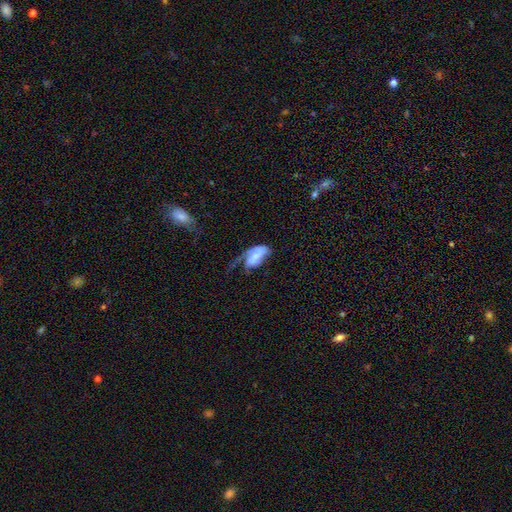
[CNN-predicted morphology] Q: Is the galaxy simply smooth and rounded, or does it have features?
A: featured or disk — 58%.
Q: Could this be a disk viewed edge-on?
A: no — 95%.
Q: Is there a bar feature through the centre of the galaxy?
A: weak — 36%.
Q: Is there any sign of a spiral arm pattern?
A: yes — 79%.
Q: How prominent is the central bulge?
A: none — 33%, tied with small.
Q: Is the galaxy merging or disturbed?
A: major disturbance — 53%.